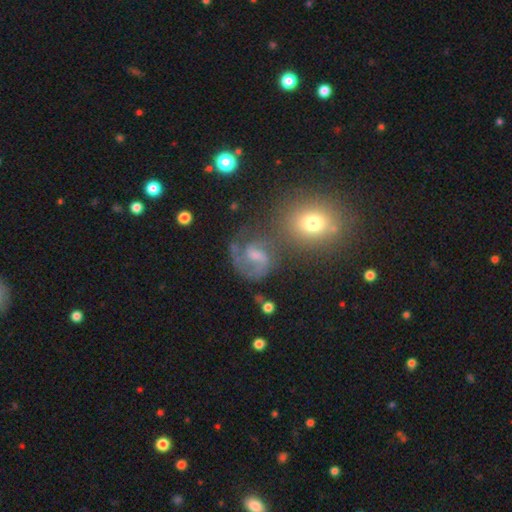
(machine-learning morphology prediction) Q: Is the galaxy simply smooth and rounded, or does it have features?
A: featured or disk — 69%.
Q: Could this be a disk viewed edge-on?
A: no — 97%.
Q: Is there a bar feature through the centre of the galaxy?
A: weak — 50%.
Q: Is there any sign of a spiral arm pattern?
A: yes — 88%.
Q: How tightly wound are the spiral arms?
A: medium — 50%.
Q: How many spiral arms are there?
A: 2 — 65%.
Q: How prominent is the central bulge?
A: small — 43%.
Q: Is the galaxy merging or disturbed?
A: none — 52%.